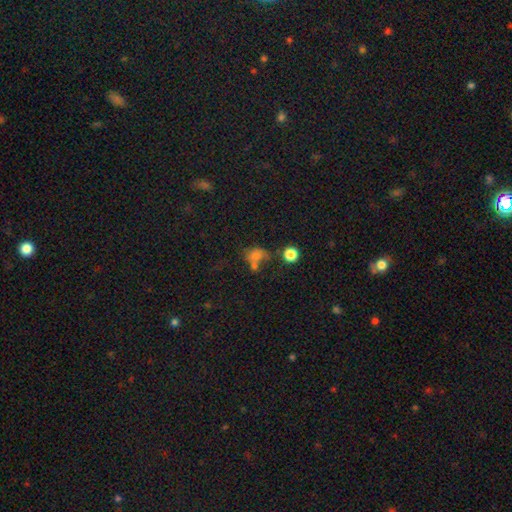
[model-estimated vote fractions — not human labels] smooth_or_featured: smooth (p=0.68) [alt: star or artifact p=0.17]
how_rounded: in between (p=0.60) [alt: round p=0.38]
merging: none (p=0.37) [alt: merger p=0.36]